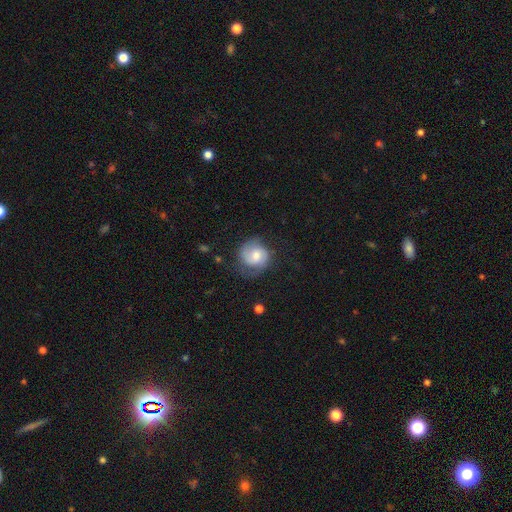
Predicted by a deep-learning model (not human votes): The model was most divided on "smooth or featured": featured or disk: 53%, smooth: 40%, star or artifact: 7%. More confident: edge-on disk — no (98%); spiral arms — yes (87%); merging — none (60%); bulge size — moderate (58%); bar — no (55%).